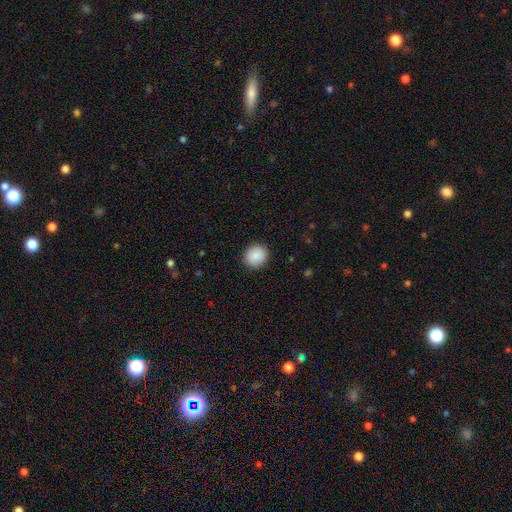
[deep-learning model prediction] Smooth or featured: smooth — 89% (star or artifact — 8%)
How rounded: round — 84% (in between — 15%)
Merging: none — 91% (minor disturbance — 6%)